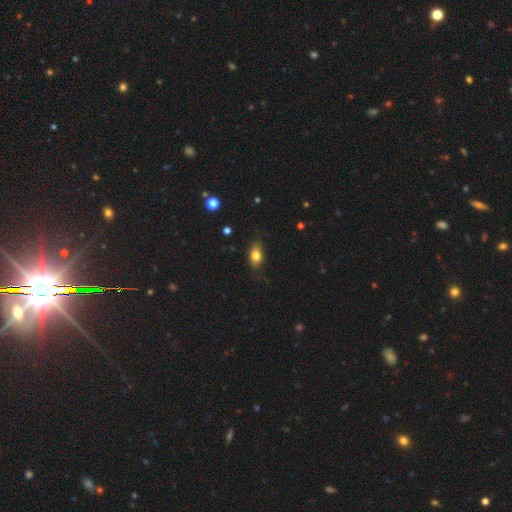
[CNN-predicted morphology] The model was most divided on "merging": none: 76%, minor disturbance: 19%, major disturbance: 4%, merger: 1%. More confident: how rounded — in between (80%); smooth or featured — smooth (77%).